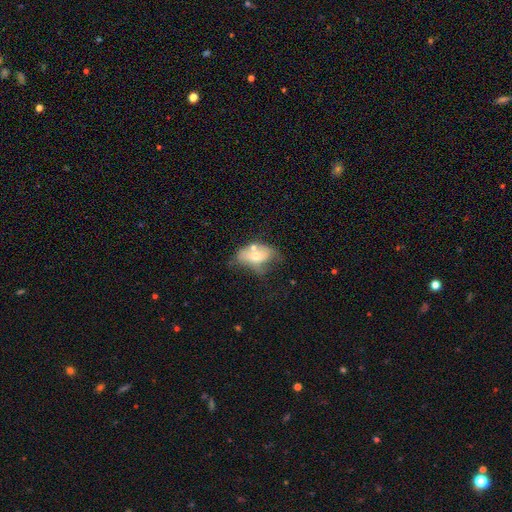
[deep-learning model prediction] Morphology: type=smooth (52%); roundness=in between (86%); merging=merger (29%).